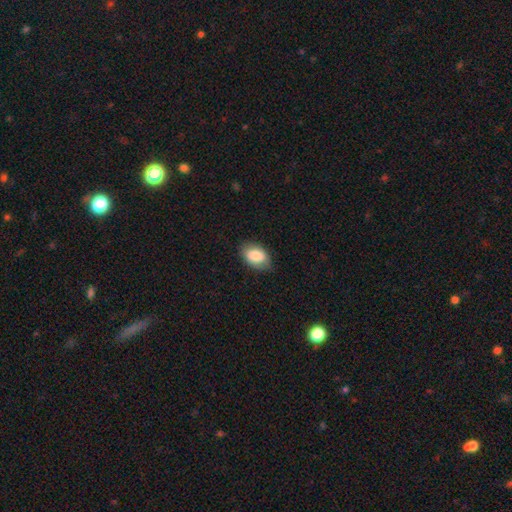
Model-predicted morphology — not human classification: Smooth or featured? smooth (85%)
How rounded? in between (89%)
Merging? none (77%)